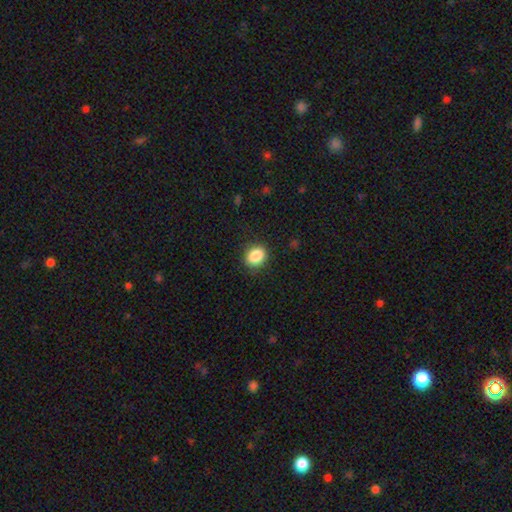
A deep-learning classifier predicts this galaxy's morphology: A smooth galaxy with no disk features (88%) that is round (54%). Merging: none (86%).